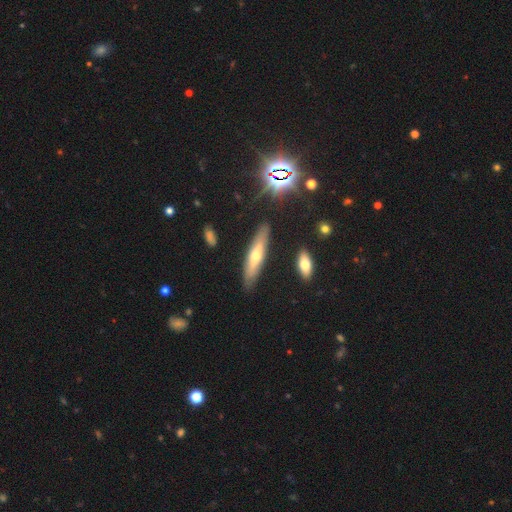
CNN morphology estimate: Q: Smooth or featured?
A: featured or disk (47%); runner-up: smooth (43%)
Q: Merging?
A: none (84%); runner-up: minor disturbance (11%)